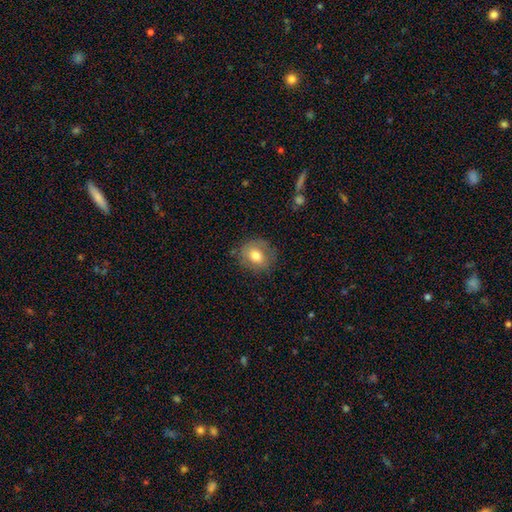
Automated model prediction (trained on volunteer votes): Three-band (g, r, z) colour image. It shows a smooth galaxy with no disk features (72%) that is round (70%). Merging: none (79%).